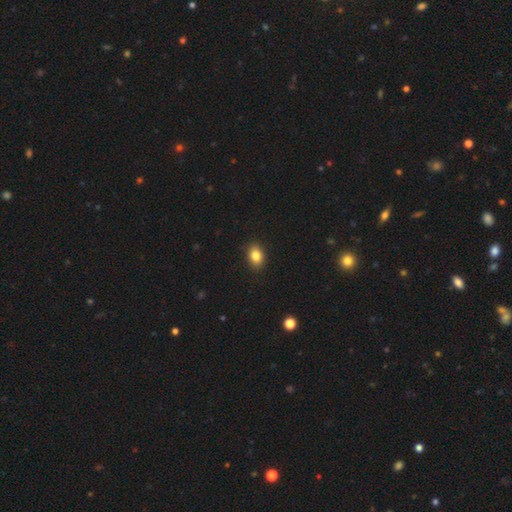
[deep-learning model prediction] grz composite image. It shows a smooth galaxy with no disk features (83%) that is in between round and cigar-shaped (72%). Merging: none (88%).